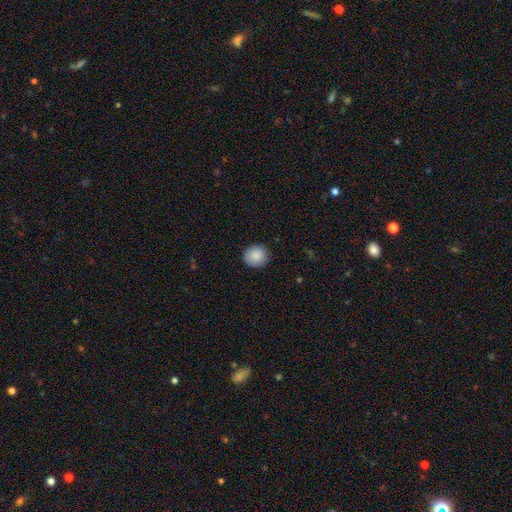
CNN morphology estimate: smooth-or-featured: smooth: 88% | star or artifact: 8% | featured or disk: 5%
  how-rounded: round: 90% | in between: 9% | cigar-shaped: 1%
  merging: none: 90% | minor disturbance: 8% | major disturbance: 2% | merger: 1%